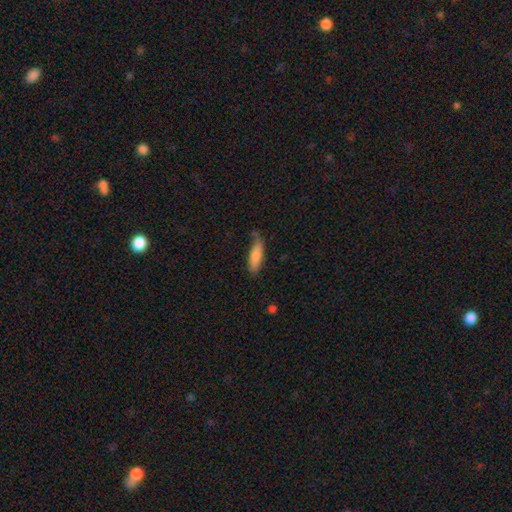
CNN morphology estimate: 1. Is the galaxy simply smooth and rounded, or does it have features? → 83% smooth, 11% featured or disk, 6% star or artifact.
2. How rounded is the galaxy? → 51% cigar-shaped, 47% in between, 2% round.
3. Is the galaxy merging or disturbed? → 68% none, 24% minor disturbance, 5% major disturbance, 3% merger.